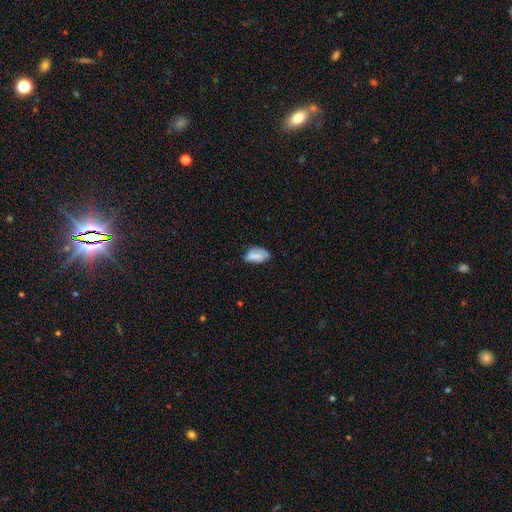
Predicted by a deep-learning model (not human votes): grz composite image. It shows a smooth galaxy with no disk features (76%) that is in between round and cigar-shaped (92%). Merging: none (47%).